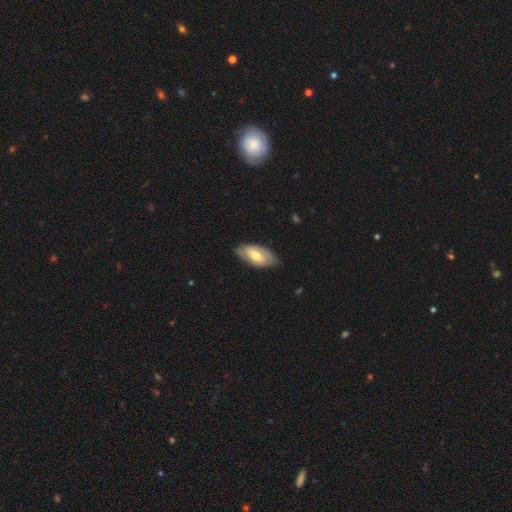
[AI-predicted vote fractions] A smooth galaxy with no disk features (54%) that is in between round and cigar-shaped (92%). Merging: none (79%).